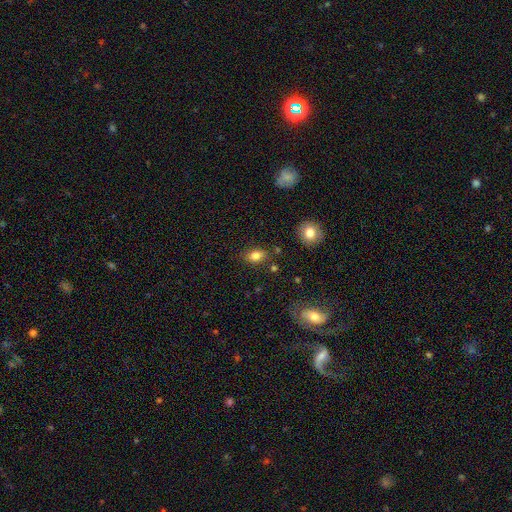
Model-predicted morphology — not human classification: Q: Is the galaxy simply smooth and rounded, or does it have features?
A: smooth — 82%.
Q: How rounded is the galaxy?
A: in between — 78%.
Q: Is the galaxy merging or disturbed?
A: none — 80%.